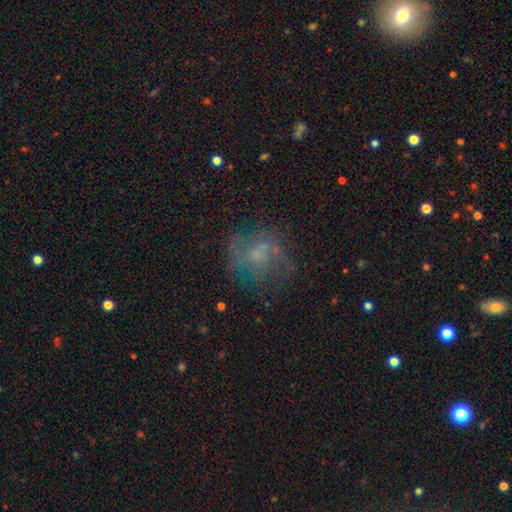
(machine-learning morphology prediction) type=featured or disk (56%); edge-on=no (97%); bar=no (60%); spiral arms=yes (77%); bulge=none (38%); merging=none (66%).